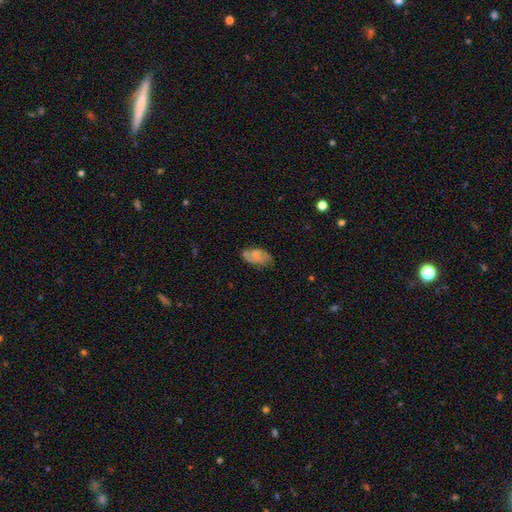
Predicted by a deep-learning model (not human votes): smooth_or_featured: smooth (p=0.49) [alt: featured or disk p=0.42]
merging: none (p=0.60) [alt: minor disturbance p=0.28]